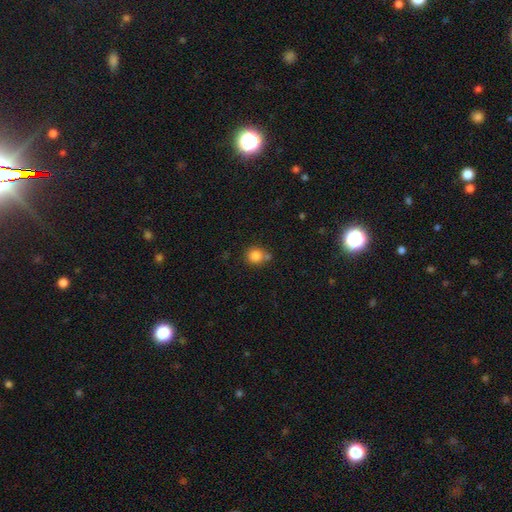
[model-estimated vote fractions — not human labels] smooth_or_featured: smooth (p=0.84) [alt: star or artifact p=0.10]
how_rounded: round (p=0.86) [alt: in between p=0.13]
merging: none (p=0.63) [alt: merger p=0.18]